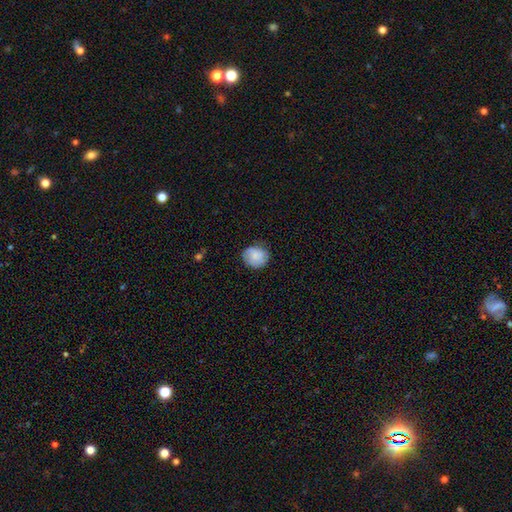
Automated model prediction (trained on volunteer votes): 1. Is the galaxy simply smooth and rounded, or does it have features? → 74% smooth, 18% featured or disk, 8% star or artifact.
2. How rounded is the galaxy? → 74% round, 25% in between, 1% cigar-shaped.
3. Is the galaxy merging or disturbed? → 72% none, 22% minor disturbance, 5% major disturbance, 1% merger.